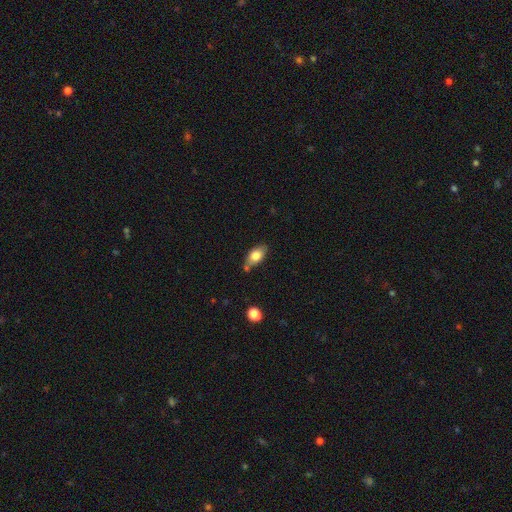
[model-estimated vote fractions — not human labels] Q: Smooth or featured?
A: smooth (78%); runner-up: featured or disk (15%)
Q: How rounded?
A: in between (88%); runner-up: cigar-shaped (6%)
Q: Merging?
A: none (67%); runner-up: minor disturbance (20%)